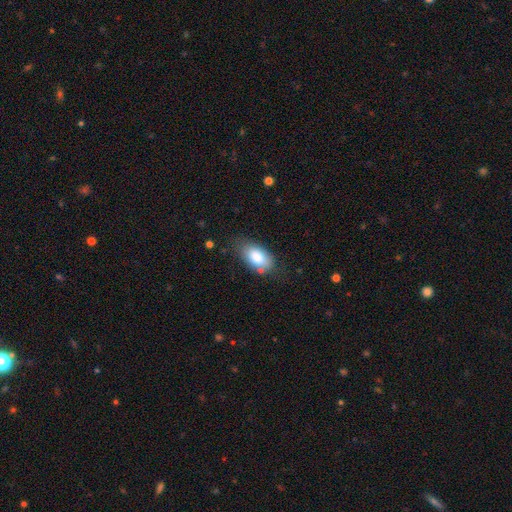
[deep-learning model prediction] Smooth or featured?
  - smooth: 83% *
  - featured or disk: 11%
  - star or artifact: 7%
How rounded?
  - in between: 93% *
  - round: 4%
  - cigar-shaped: 3%
Merging?
  - none: 68% *
  - minor disturbance: 22%
  - major disturbance: 6%
  - merger: 4%